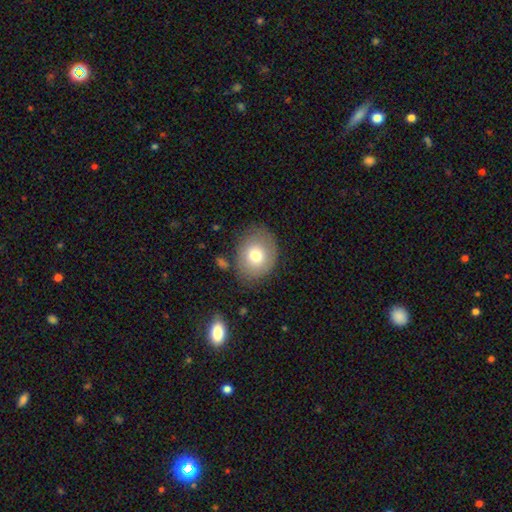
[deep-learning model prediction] A smooth galaxy with no disk features (72%) that is in between round and cigar-shaped (50%).

Vote fractions:
- Smooth or featured? smooth: 72% / featured or disk: 19% / star or artifact: 9%
- How rounded? in between: 50% / round: 49% / cigar-shaped: 1%
- Merging? none: 74% / minor disturbance: 17% / major disturbance: 6% / merger: 3%